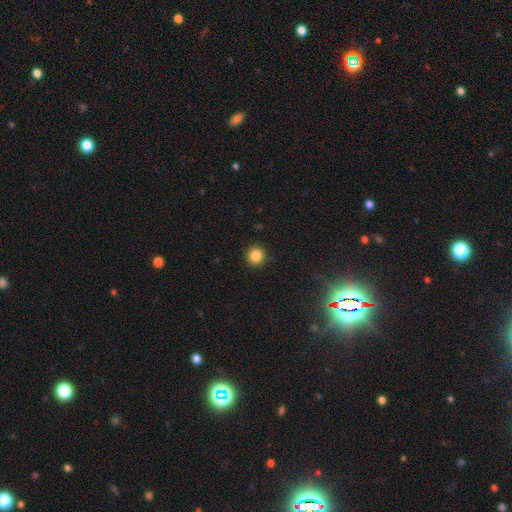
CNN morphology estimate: Smooth or featured? smooth (86%)
How rounded? round (94%)
Merging? none (91%)